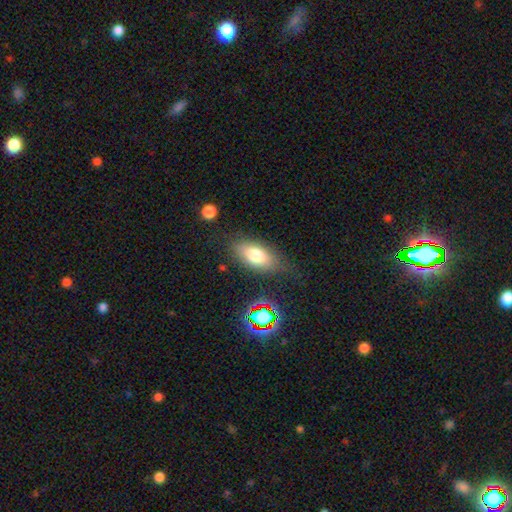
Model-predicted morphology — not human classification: A smooth galaxy with no disk features (74%) that is in between round and cigar-shaped (86%).

Vote fractions:
- Smooth or featured? smooth: 74% / featured or disk: 17% / star or artifact: 10%
- How rounded? in between: 86% / cigar-shaped: 8% / round: 5%
- Merging? none: 74% / minor disturbance: 17% / major disturbance: 6% / merger: 3%